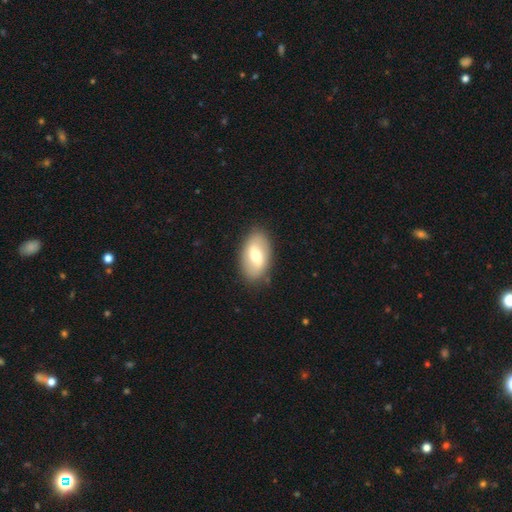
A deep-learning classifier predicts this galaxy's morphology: This appears to be a smooth galaxy with no disk features (52%) that is in between round and cigar-shaped (91%). Merging: none (85%).